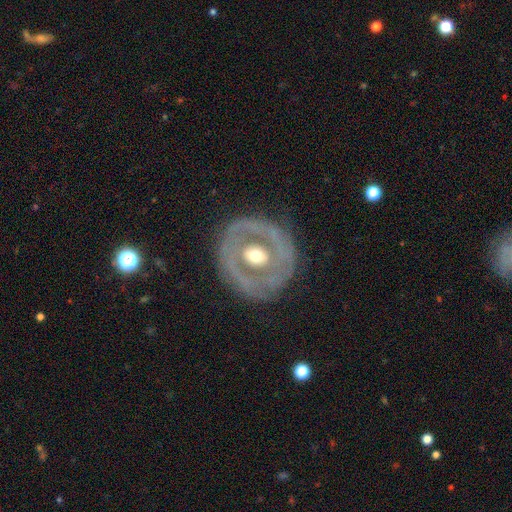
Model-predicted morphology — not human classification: Overall: featured or disk (70%). Edge-on disk: no (95%). Bar: no (63%; weak 24%). Spiral arms: no (67%; yes 33%). Bulge size: moderate (70%). Merging: none (76%).